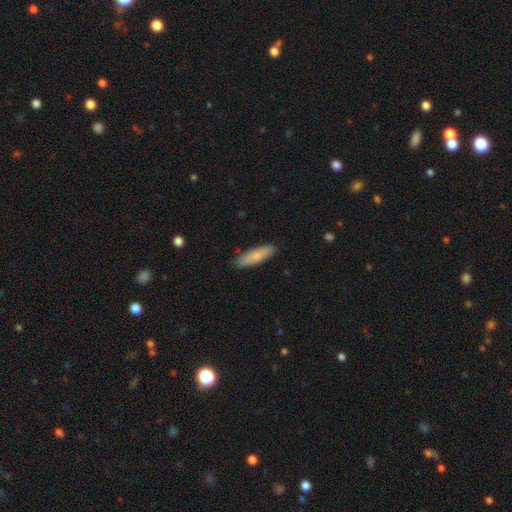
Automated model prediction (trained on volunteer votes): smooth-or-featured: smooth: 77% | featured or disk: 17% | star or artifact: 6%
  how-rounded: cigar-shaped: 68% | in between: 31% | round: 2%
  merging: none: 88% | minor disturbance: 9% | major disturbance: 2% | merger: 1%